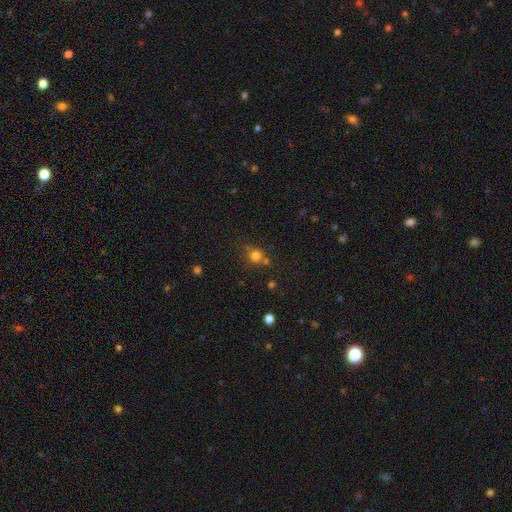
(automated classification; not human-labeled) smooth_or_featured: smooth (p=0.77) [alt: star or artifact p=0.16]
how_rounded: round (p=0.86) [alt: in between p=0.13]
merging: none (p=0.63) [alt: merger p=0.19]